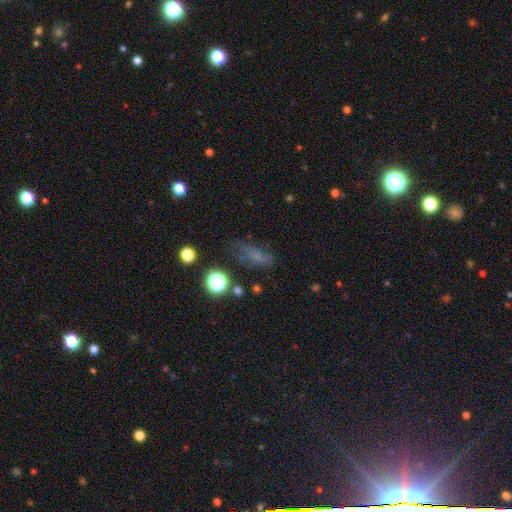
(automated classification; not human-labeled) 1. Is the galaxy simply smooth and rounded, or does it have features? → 52% smooth, 25% star or artifact, 23% featured or disk.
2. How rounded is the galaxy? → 65% in between, 21% cigar-shaped, 15% round.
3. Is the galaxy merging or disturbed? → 53% none, 25% minor disturbance, 17% major disturbance, 4% merger.